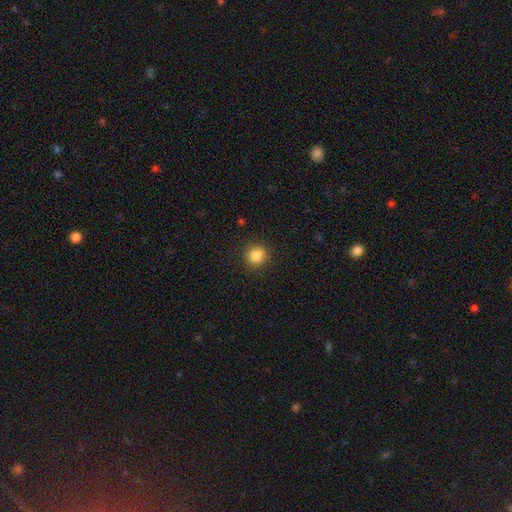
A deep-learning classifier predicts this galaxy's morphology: Q: Smooth or featured?
A: smooth (84%); runner-up: star or artifact (11%)
Q: How rounded?
A: round (86%); runner-up: in between (13%)
Q: Merging?
A: none (85%); runner-up: minor disturbance (11%)